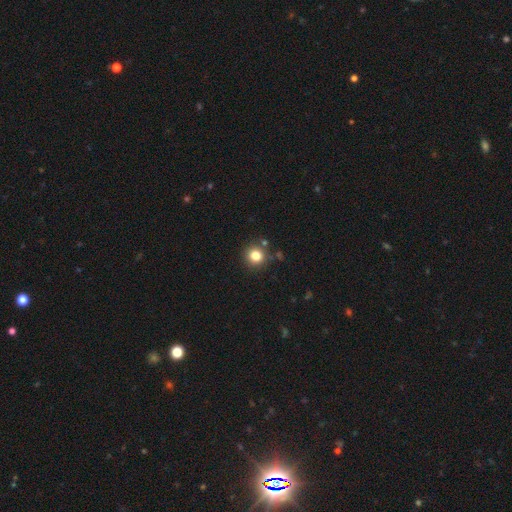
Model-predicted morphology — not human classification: Q: Smooth or featured?
A: smooth (82%); runner-up: star or artifact (12%)
Q: How rounded?
A: round (92%); runner-up: in between (7%)
Q: Merging?
A: none (85%); runner-up: minor disturbance (8%)